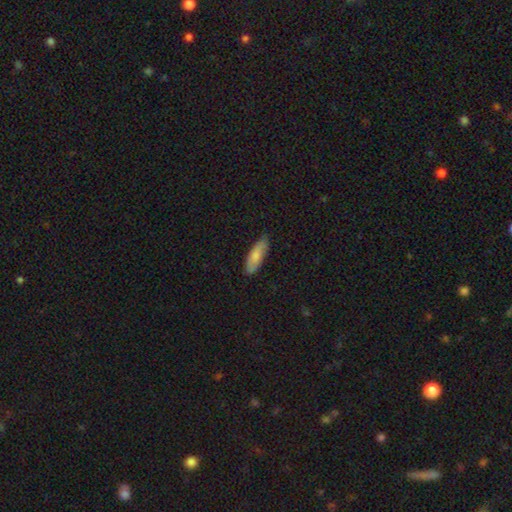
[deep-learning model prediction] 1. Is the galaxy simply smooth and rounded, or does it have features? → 79% smooth, 16% featured or disk, 5% star or artifact.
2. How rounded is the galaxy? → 58% in between, 40% cigar-shaped, 2% round.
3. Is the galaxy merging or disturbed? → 81% none, 16% minor disturbance, 2% major disturbance, 1% merger.